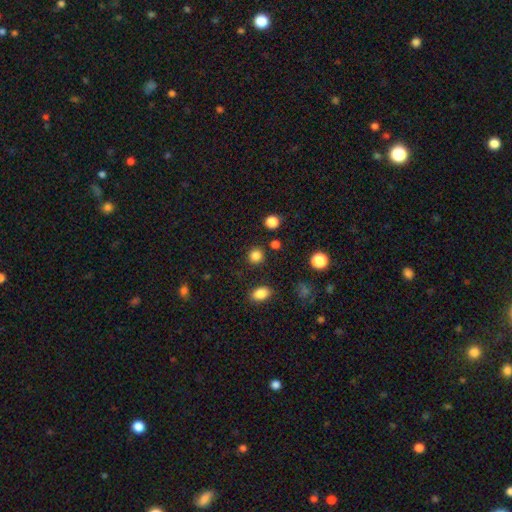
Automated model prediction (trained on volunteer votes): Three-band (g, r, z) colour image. It shows a smooth galaxy with no disk features (84%) that is round (90%). Merging: none (88%).